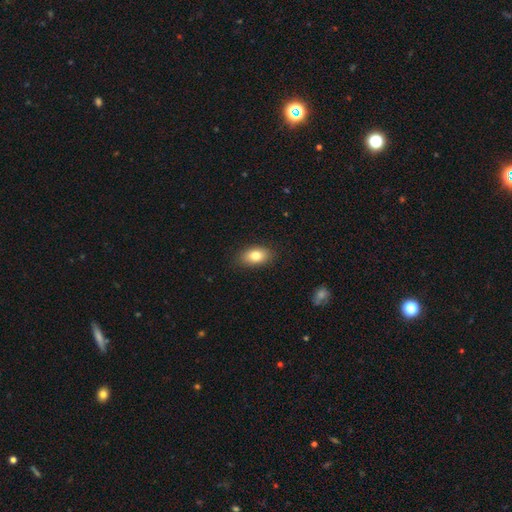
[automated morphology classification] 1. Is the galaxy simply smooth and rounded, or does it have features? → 81% smooth, 11% featured or disk, 8% star or artifact.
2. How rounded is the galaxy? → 89% in between, 9% round, 2% cigar-shaped.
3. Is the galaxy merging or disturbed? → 87% none, 10% minor disturbance, 2% major disturbance, 1% merger.